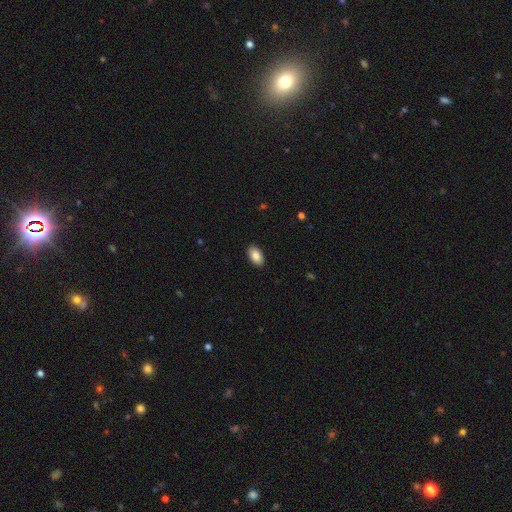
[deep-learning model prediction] Smooth or featured?
  - smooth: 86% *
  - featured or disk: 7%
  - star or artifact: 7%
How rounded?
  - in between: 94% *
  - round: 4%
  - cigar-shaped: 2%
Merging?
  - none: 90% *
  - minor disturbance: 7%
  - major disturbance: 2%
  - merger: 1%